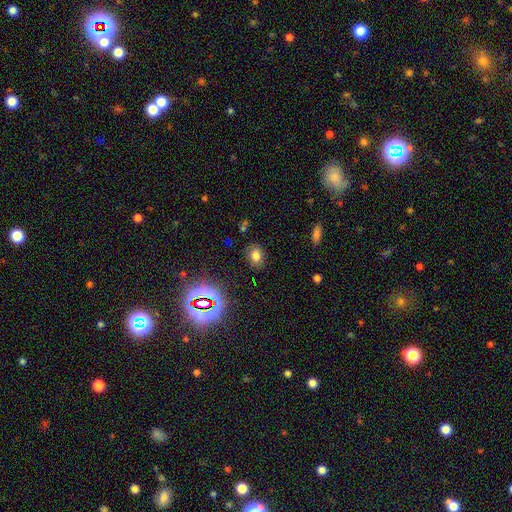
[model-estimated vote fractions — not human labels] smooth 72%, star or artifact 19%, featured or disk 9%. Down the decision tree: how rounded — in between (61%); merging — none (84%).